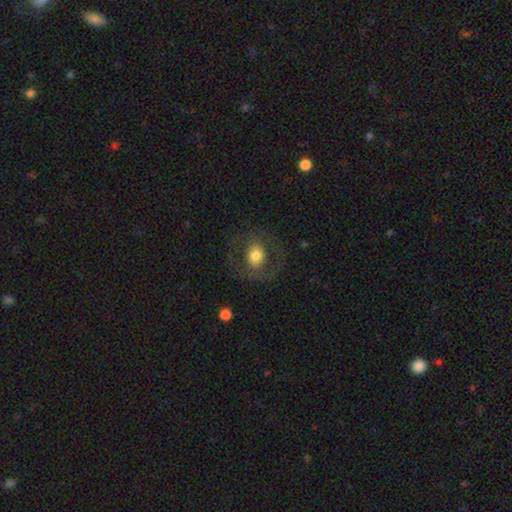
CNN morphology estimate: type=smooth (57%); roundness=round (57%); merging=none (75%).